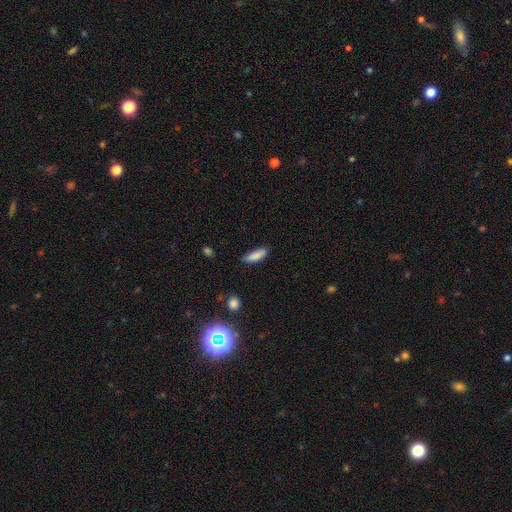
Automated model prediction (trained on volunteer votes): A smooth galaxy with no disk features (86%) that is in between round and cigar-shaped (51%).

Vote fractions:
- Smooth or featured? smooth: 86% / star or artifact: 8% / featured or disk: 6%
- How rounded? in between: 51% / cigar-shaped: 47% / round: 2%
- Merging? none: 78% / minor disturbance: 17% / major disturbance: 3% / merger: 2%